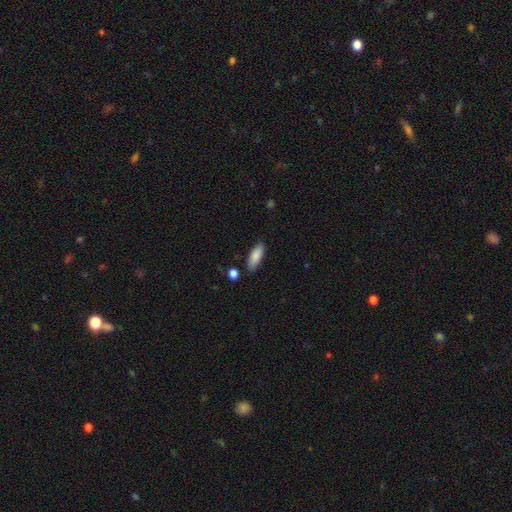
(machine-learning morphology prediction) A smooth galaxy with no disk features (86%) that is in between round and cigar-shaped (69%).

Vote fractions:
- Smooth or featured? smooth: 86% / featured or disk: 8% / star or artifact: 6%
- How rounded? in between: 69% / cigar-shaped: 29% / round: 2%
- Merging? none: 84% / minor disturbance: 11% / merger: 2% / major disturbance: 2%